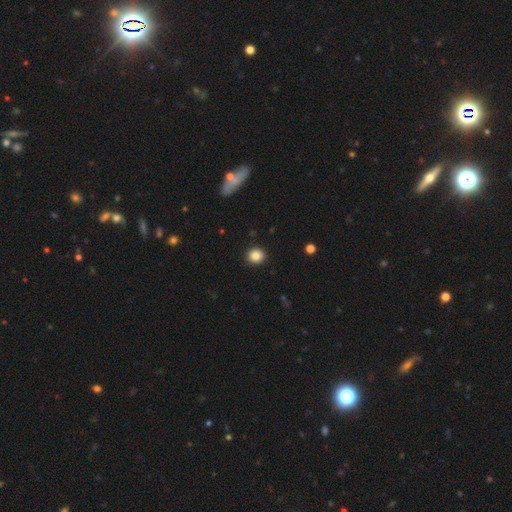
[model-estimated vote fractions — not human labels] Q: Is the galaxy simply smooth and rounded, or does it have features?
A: smooth — 87%.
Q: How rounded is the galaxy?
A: round — 84%.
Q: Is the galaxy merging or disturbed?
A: none — 92%.